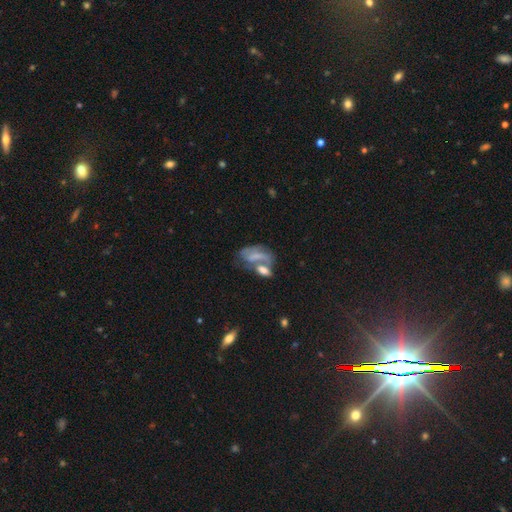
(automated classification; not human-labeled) smooth 45%, featured or disk 44%, star or artifact 10%. Down the decision tree: merging — merger (45%).